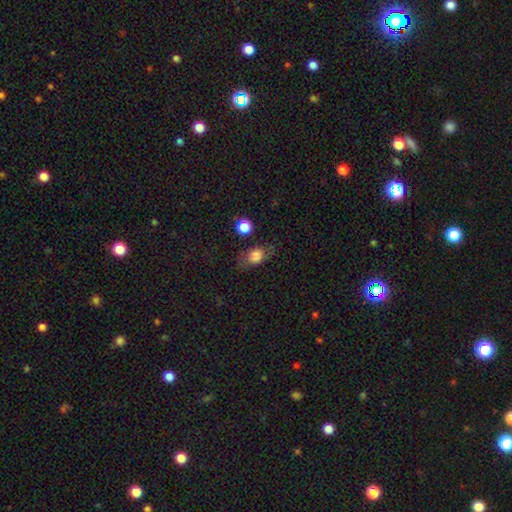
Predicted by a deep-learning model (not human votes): The model was most divided on "how rounded": in between: 66%, round: 31%, cigar-shaped: 3%. More confident: smooth or featured — smooth (75%); merging — none (66%).